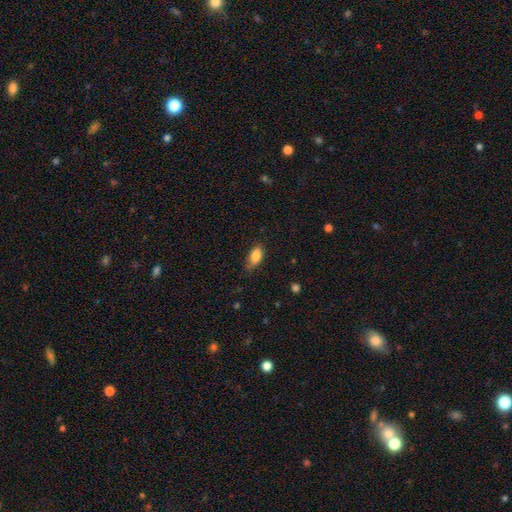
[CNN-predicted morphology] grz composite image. It shows a smooth galaxy with no disk features (84%) that is in between round and cigar-shaped (87%). Merging: none (61%).